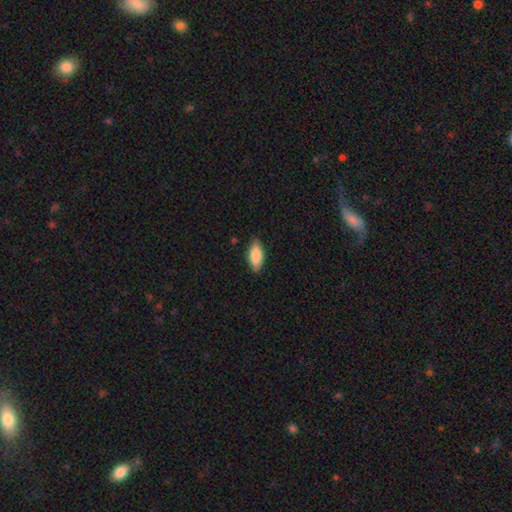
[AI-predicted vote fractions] Smooth or featured?
  - smooth: 84% *
  - featured or disk: 10%
  - star or artifact: 6%
How rounded?
  - in between: 85% *
  - cigar-shaped: 13%
  - round: 2%
Merging?
  - none: 84% *
  - minor disturbance: 13%
  - major disturbance: 2%
  - merger: 1%